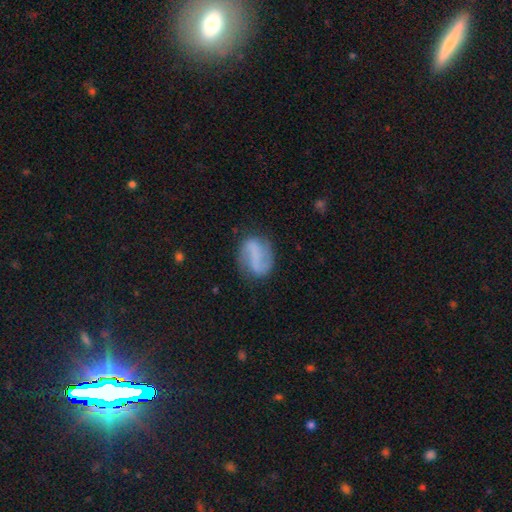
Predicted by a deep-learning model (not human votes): Overall: featured or disk (64%; smooth 28%). Edge-on disk: no (97%). Bar: strong (42%; weak 33%). Spiral arms: yes (86%). Spiral arm count: 2 (87%). Spiral winding: loose (51%; medium 34%). Bulge size: none (64%). Merging: none (73%).